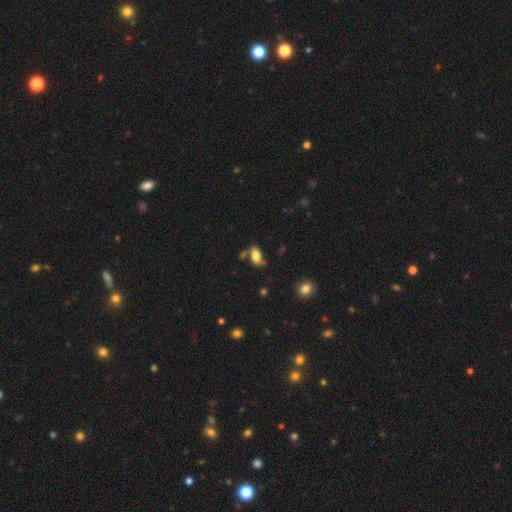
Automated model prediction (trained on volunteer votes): Smooth or featured?
  - smooth: 70% *
  - featured or disk: 20%
  - star or artifact: 10%
How rounded?
  - in between: 88% *
  - round: 7%
  - cigar-shaped: 5%
Merging?
  - none: 51% *
  - minor disturbance: 25%
  - merger: 14%
  - major disturbance: 10%